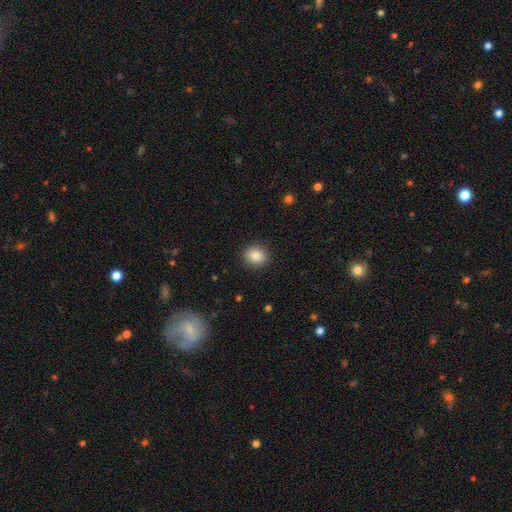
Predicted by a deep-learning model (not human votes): The model was most divided on "how rounded": round: 70%, in between: 29%, cigar-shaped: 1%. More confident: merging — none (90%); smooth or featured — smooth (87%).